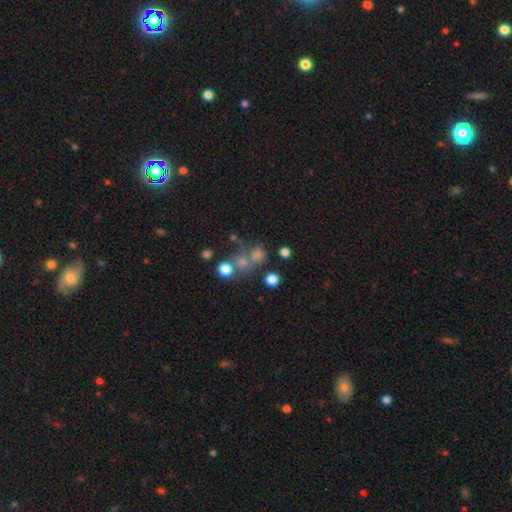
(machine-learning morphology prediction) This appears to be a smooth galaxy with no disk features (52%) that is round (79%). Merging: none (50%).